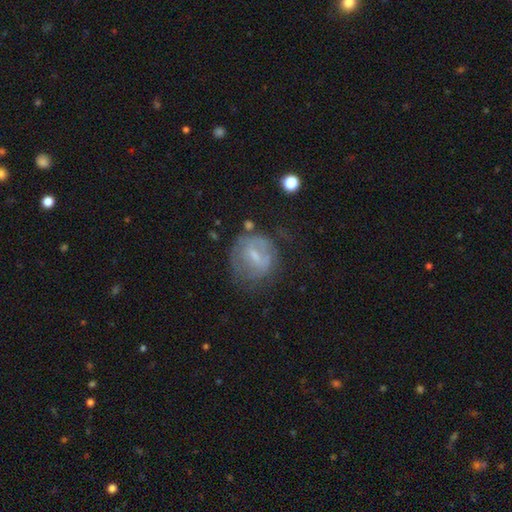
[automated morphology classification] featured or disk 55%, smooth 35%, star or artifact 10%. Down the decision tree: edge-on disk — no (95%); bar — weak (54%); spiral arms — no (52%); bulge size — small (53%); merging — none (51%).